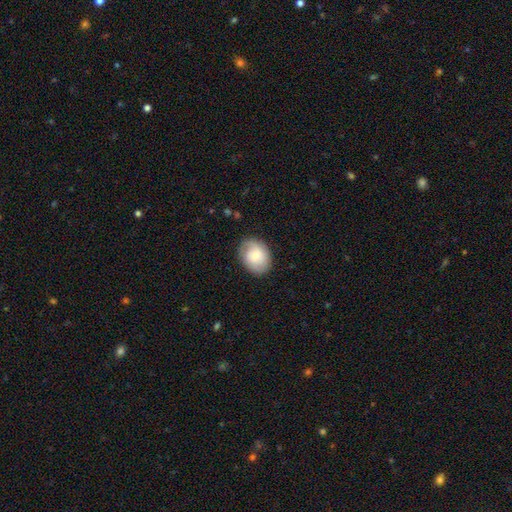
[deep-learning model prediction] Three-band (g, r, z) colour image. It shows a smooth galaxy with no disk features (64%) that is in between round and cigar-shaped (63%). Merging: none (80%).